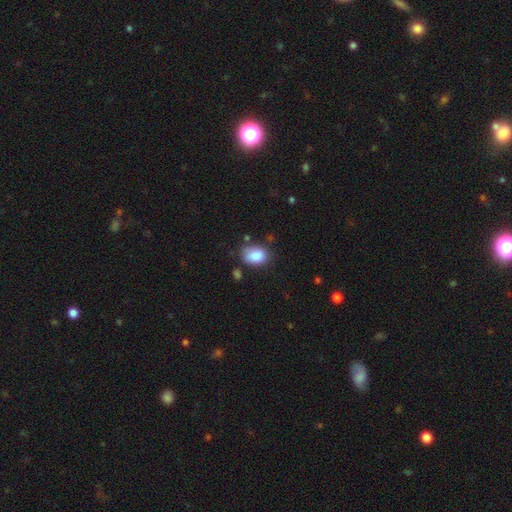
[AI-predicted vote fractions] The model was most divided on "merging": none: 67%, minor disturbance: 22%, major disturbance: 6%, merger: 5%. More confident: smooth or featured — smooth (86%); how rounded — in between (77%).